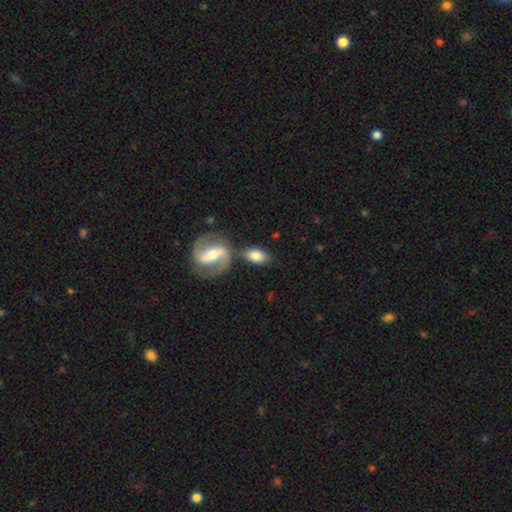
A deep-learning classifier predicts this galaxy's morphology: Smooth or featured?
  - smooth: 67% *
  - featured or disk: 28%
  - star or artifact: 6%
How rounded?
  - in between: 87% *
  - round: 9%
  - cigar-shaped: 4%
Merging?
  - none: 68% *
  - merger: 16%
  - minor disturbance: 13%
  - major disturbance: 4%